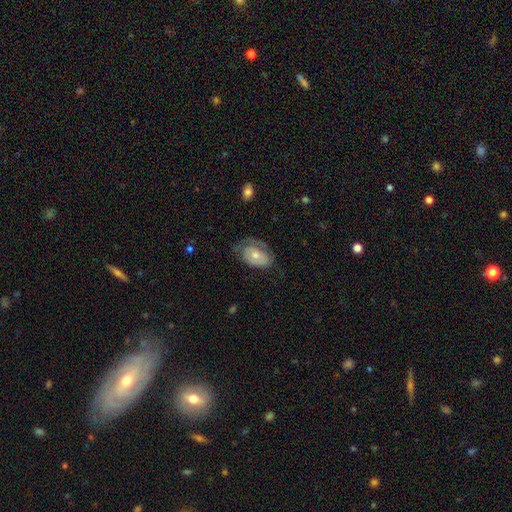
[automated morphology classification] Smooth or featured? Predicted: smooth (p=0.53). How rounded? Predicted: in between (p=0.87). Merging? Predicted: none (p=0.46).